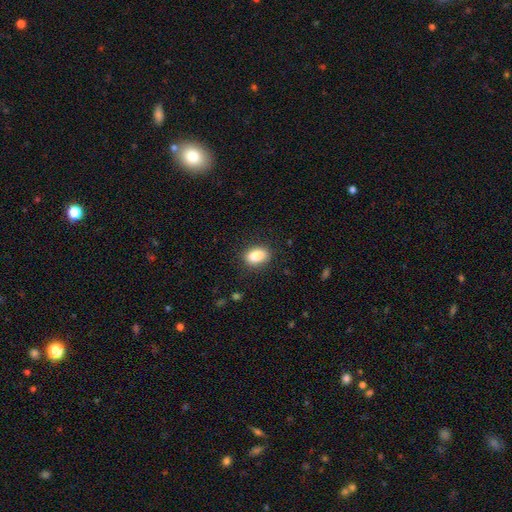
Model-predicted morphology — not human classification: Q: Smooth or featured?
A: smooth (87%); runner-up: star or artifact (8%)
Q: How rounded?
A: in between (85%); runner-up: round (14%)
Q: Merging?
A: none (84%); runner-up: minor disturbance (12%)